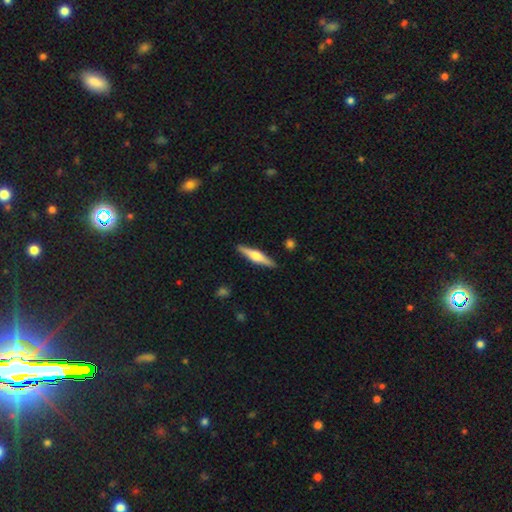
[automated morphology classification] Smooth or featured? featured or disk (61%)
Edge-on disk? yes (97%)
Edge-on bulge? rounded (89%)
Merging? none (91%)